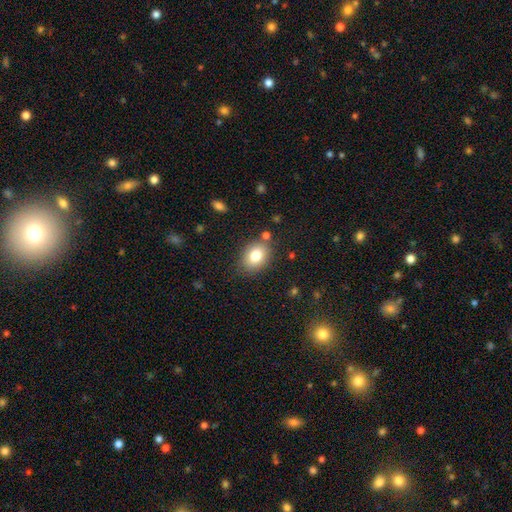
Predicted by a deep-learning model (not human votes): smooth-or-featured: smooth: 81% | featured or disk: 10% | star or artifact: 9%
  how-rounded: in between: 67% | round: 32% | cigar-shaped: 1%
  merging: none: 79% | minor disturbance: 13% | merger: 5% | major disturbance: 4%